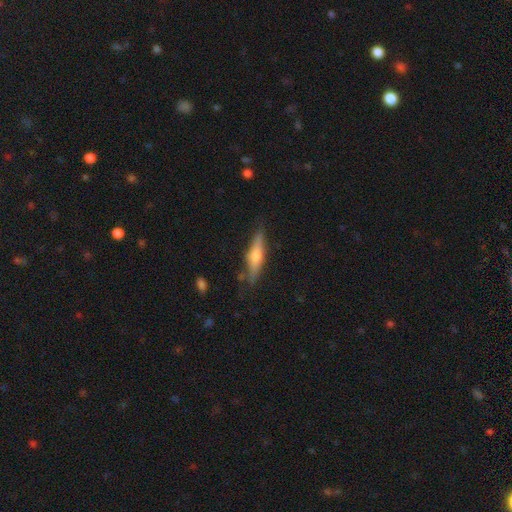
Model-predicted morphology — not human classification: featured or disk 51%, smooth 43%, star or artifact 6%. Down the decision tree: edge-on disk — yes (92%); merging — none (80%).